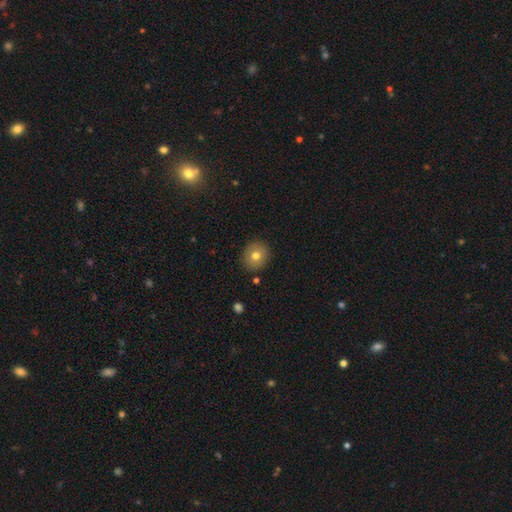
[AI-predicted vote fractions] Smooth or featured: smooth — 74% (featured or disk — 16%)
How rounded: round — 87% (in between — 12%)
Merging: none — 89% (minor disturbance — 7%)